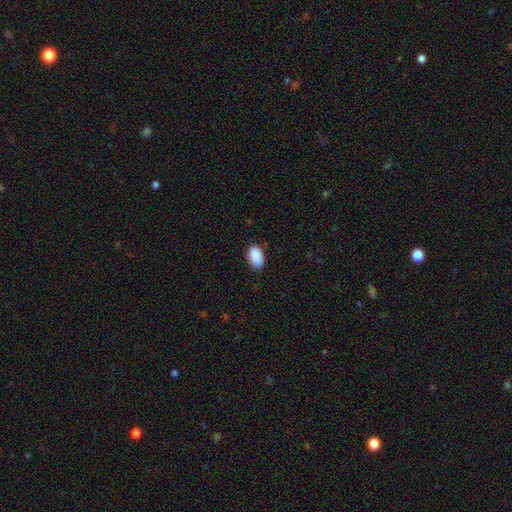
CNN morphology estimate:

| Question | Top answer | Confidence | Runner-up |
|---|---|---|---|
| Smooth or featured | smooth | 90% | star or artifact (7%) |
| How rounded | in between | 93% | round (6%) |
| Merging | none | 82% | minor disturbance (14%) |